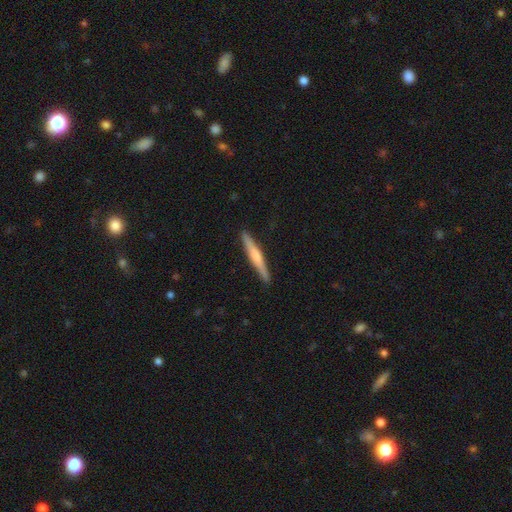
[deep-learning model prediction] smooth-or-featured: featured or disk: 54% | smooth: 41% | star or artifact: 5%
  disk-edge-on: yes: 97% | no: 3%
    edge-on-bulge: rounded: 74% | none: 18% | boxy: 8%
  merging: none: 91% | minor disturbance: 7% | major disturbance: 1% | merger: 1%